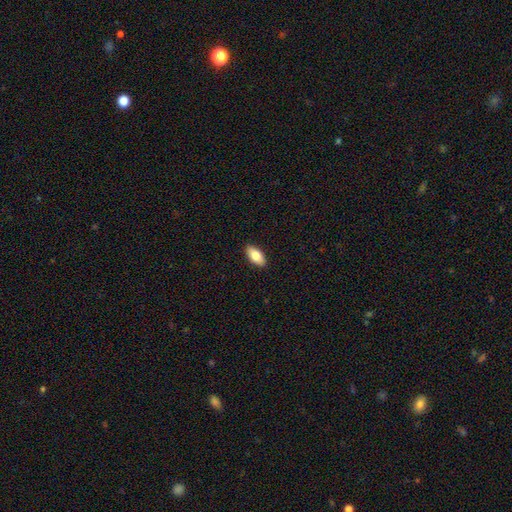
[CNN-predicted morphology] Smooth or featured? Predicted: smooth (p=0.82). How rounded? Predicted: in between (p=0.91). Merging? Predicted: none (p=0.90).